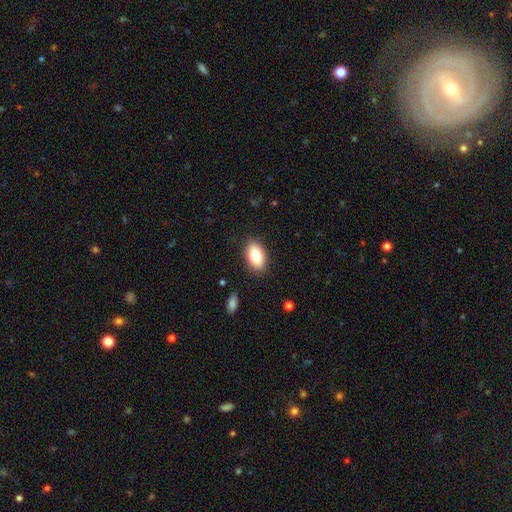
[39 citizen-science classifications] A smooth galaxy with no disk features (79%) that is in between round and cigar-shaped (100%). Merging: none (92%).